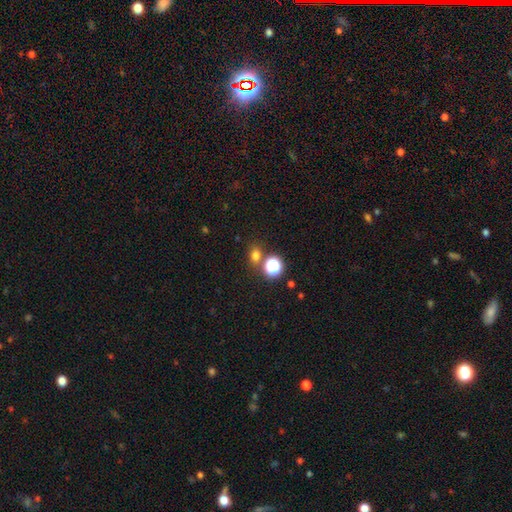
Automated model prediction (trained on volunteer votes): Overall: smooth (69%). How rounded: round (61%; in between 37%). Merging: none (74%).